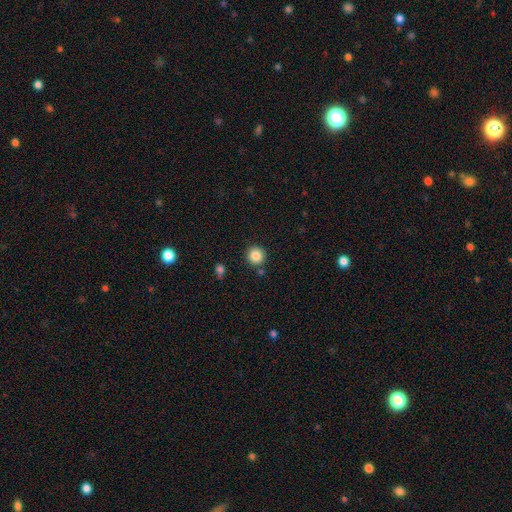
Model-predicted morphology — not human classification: Smooth or featured: smooth — 86% (star or artifact — 10%)
How rounded: round — 94% (in between — 6%)
Merging: none — 87% (minor disturbance — 7%)